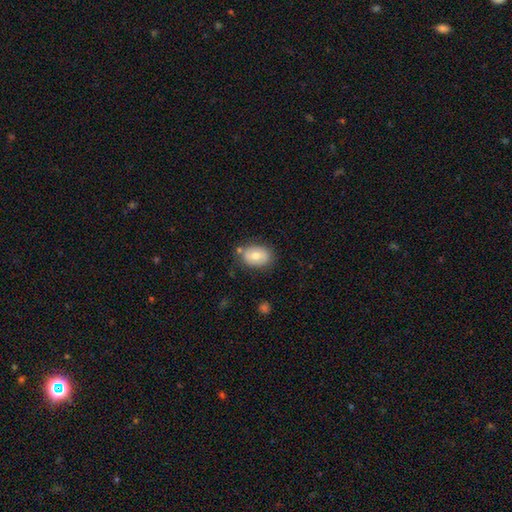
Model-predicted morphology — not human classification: This appears to be a smooth galaxy with no disk features (70%) that is in between round and cigar-shaped (75%). Merging: none (74%).